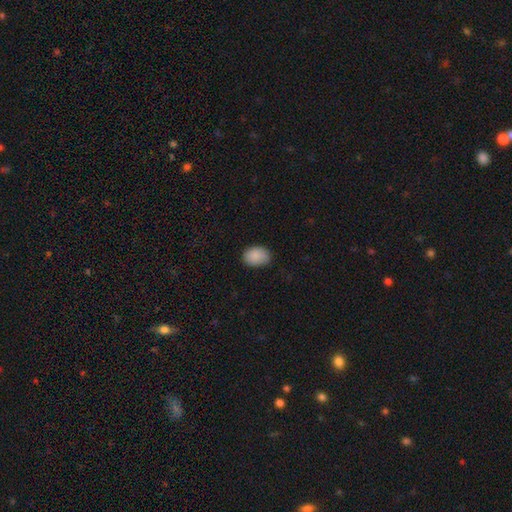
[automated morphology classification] This is clearly a smooth galaxy (88%). How rounded: likely in between (76%). Merging: likely none (77%).